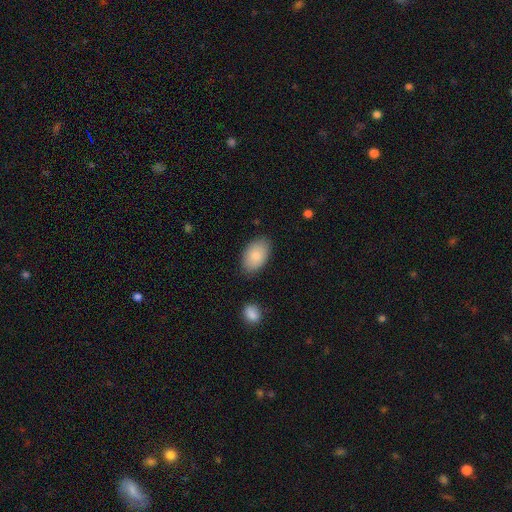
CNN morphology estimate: smooth-or-featured: smooth: 85% | featured or disk: 9% | star or artifact: 6%
  how-rounded: in between: 93% | round: 6% | cigar-shaped: 1%
  merging: none: 82% | minor disturbance: 13% | major disturbance: 3% | merger: 2%